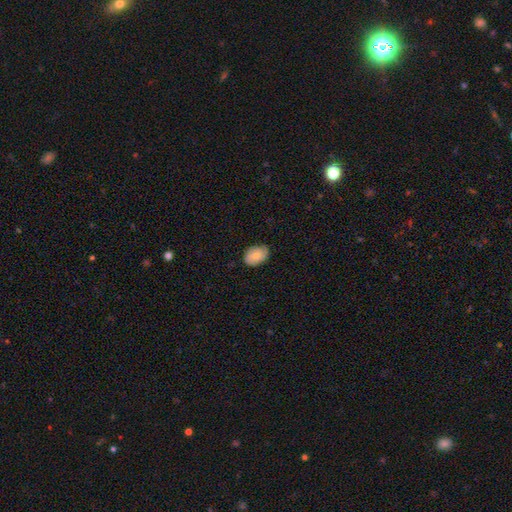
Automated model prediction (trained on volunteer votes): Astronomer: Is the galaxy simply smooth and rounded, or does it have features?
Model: smooth — 68%.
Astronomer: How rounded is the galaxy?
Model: in between — 78%.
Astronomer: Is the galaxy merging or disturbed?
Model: none — 75%.